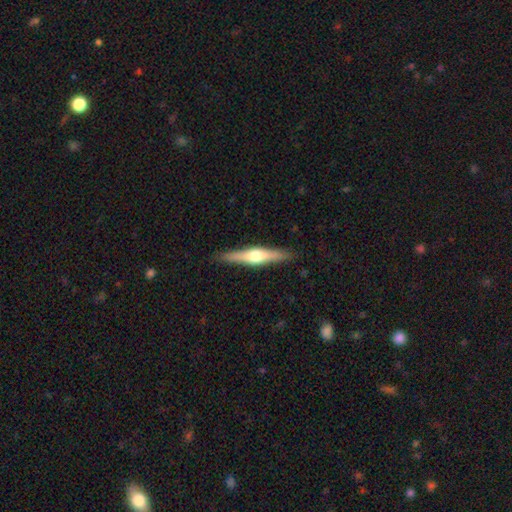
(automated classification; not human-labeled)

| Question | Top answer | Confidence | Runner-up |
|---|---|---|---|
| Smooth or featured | featured or disk | 64% | smooth (31%) |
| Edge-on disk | yes | 96% | no (4%) |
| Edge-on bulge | rounded | 91% | boxy (5%) |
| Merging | none | 89% | minor disturbance (8%) |